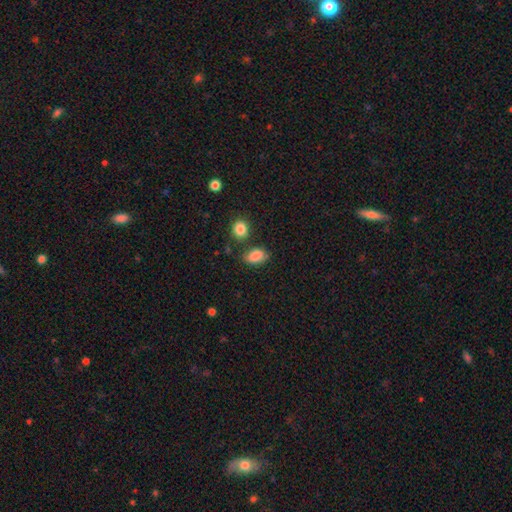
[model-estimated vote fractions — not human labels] A smooth galaxy with no disk features (86%) that is in between round and cigar-shaped (85%).

Vote fractions:
- Smooth or featured? smooth: 86% / star or artifact: 8% / featured or disk: 5%
- How rounded? in between: 85% / round: 13% / cigar-shaped: 2%
- Merging? none: 69% / minor disturbance: 19% / merger: 7% / major disturbance: 5%